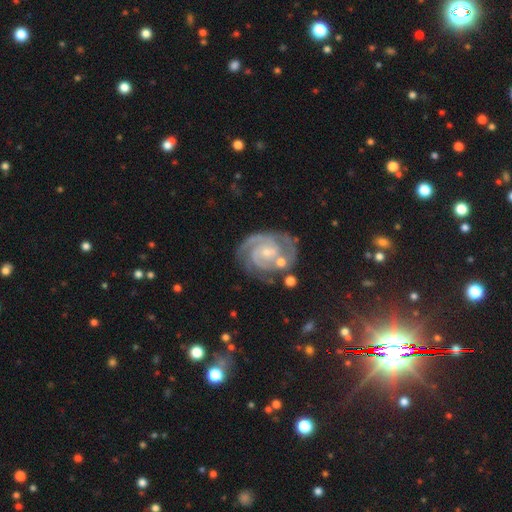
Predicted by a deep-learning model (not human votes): A featured or disk galaxy (89%) with no bar (52%), 2 (60%) tight (67%) spiral arms (98%) and a small central bulge (71%). Merging: none (67%).